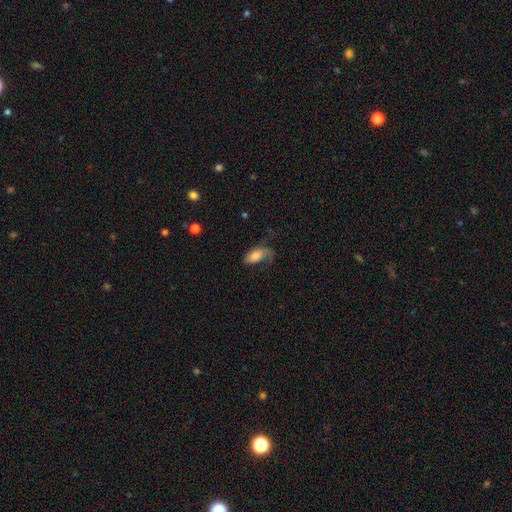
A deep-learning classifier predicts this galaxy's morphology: smooth_or_featured: smooth (p=0.62) [alt: featured or disk p=0.30]
how_rounded: in between (p=0.90) [alt: cigar-shaped p=0.06]
merging: none (p=0.40) [alt: major disturbance p=0.30]